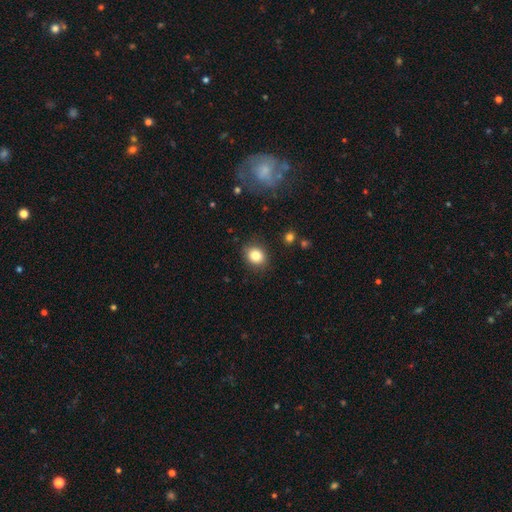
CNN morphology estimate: This appears to be a smooth galaxy with no disk features (83%) that is round (60%). Merging: none (87%).